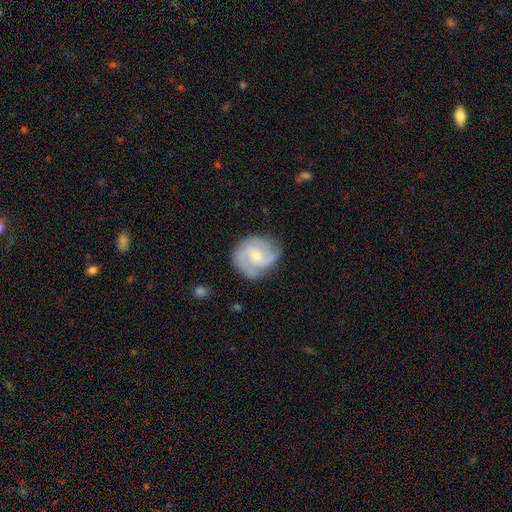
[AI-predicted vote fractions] The model was most divided on "spiral winding" (2-way tie): medium: 44%, tight: 44%, loose: 12%. Remaining: edge-on disk — no (98%); spiral arms — yes (95%); smooth or featured — featured or disk (78%); merging — none (72%); bar — no (59%); bulge size — small (54%); spiral arm count — 3 (40%).